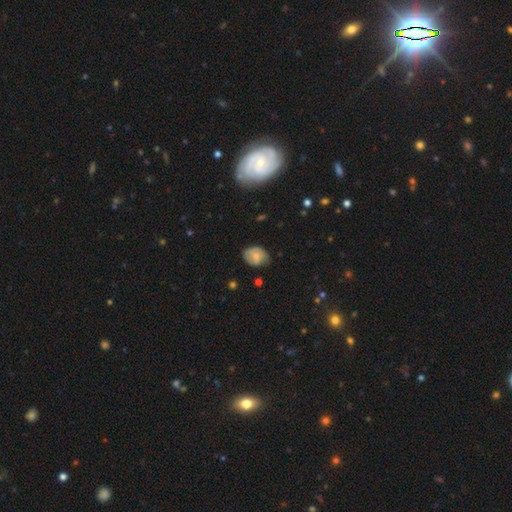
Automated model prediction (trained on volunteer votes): The model was most divided on "how rounded": in between: 62%, round: 37%, cigar-shaped: 1%. More confident: smooth or featured — smooth (61%); merging — none (61%).